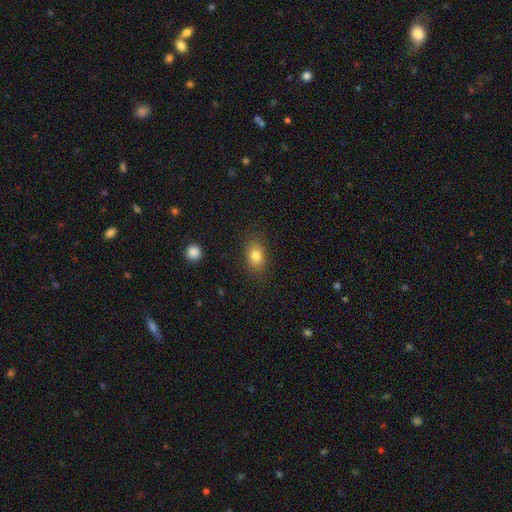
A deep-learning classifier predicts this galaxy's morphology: Overall: smooth (80%). How rounded: in between (75%). Merging: none (84%).